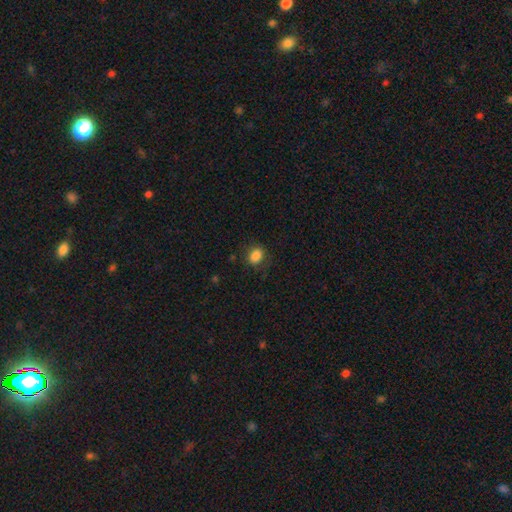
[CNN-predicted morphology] A smooth galaxy with no disk features (85%) that is in between round and cigar-shaped (55%). Merging: none (80%).